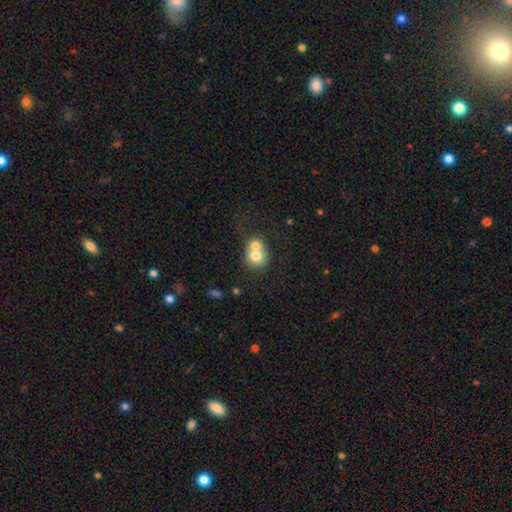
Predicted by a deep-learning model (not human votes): Smooth or featured: smooth — 70% (featured or disk — 21%)
How rounded: round — 74% (in between — 25%)
Merging: merger — 68% (none — 23%)